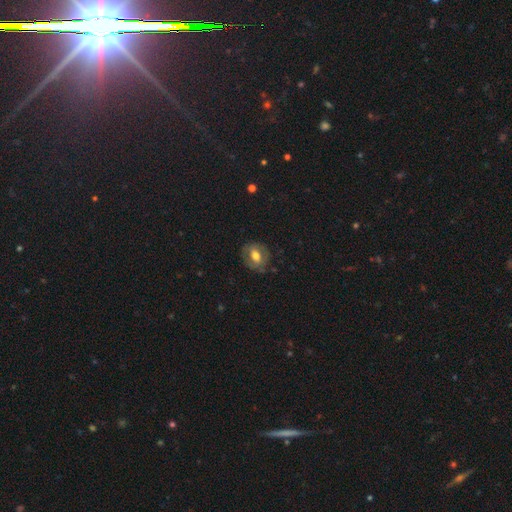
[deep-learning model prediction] Smooth or featured: smooth — 51% (featured or disk — 42%)
How rounded: round — 57% (in between — 42%)
Merging: none — 74% (minor disturbance — 18%)